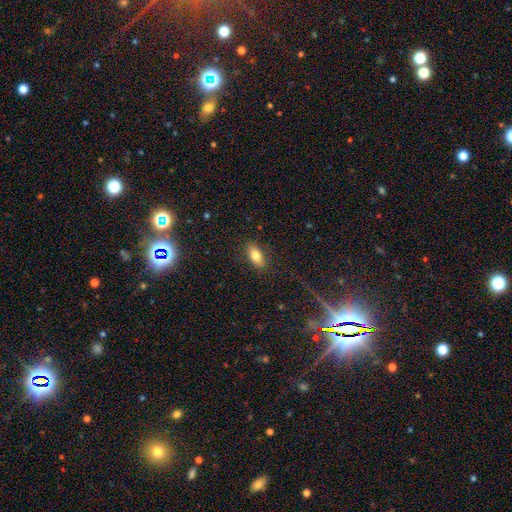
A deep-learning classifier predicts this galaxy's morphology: The model was most divided on "smooth or featured": smooth: 79%, featured or disk: 12%, star or artifact: 9%. More confident: merging — none (87%); how rounded — in between (86%).